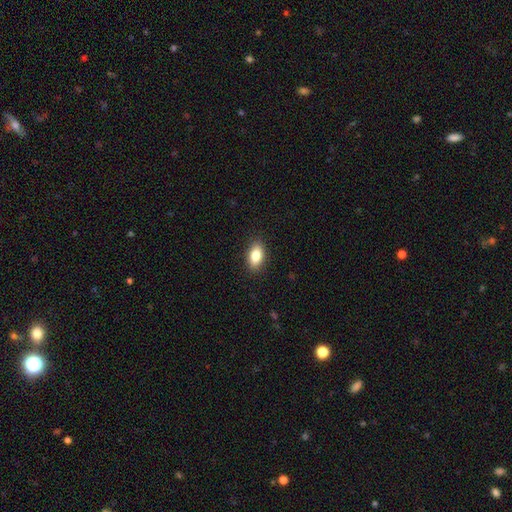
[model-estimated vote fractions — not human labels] Morphology: type=smooth (84%); roundness=in between (89%); merging=none (89%).